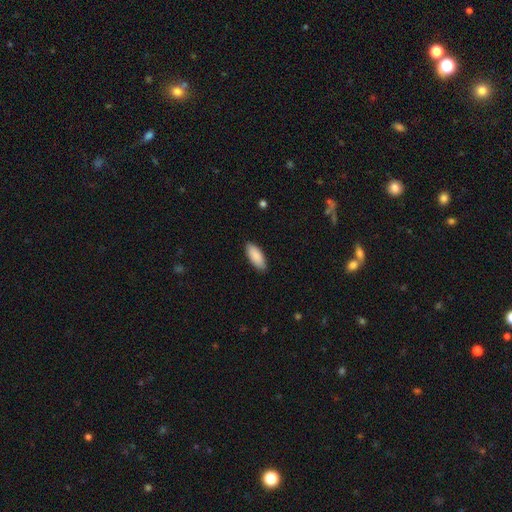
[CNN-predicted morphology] A smooth galaxy with no disk features (90%) that is in between round and cigar-shaped (82%). Merging: none (88%).